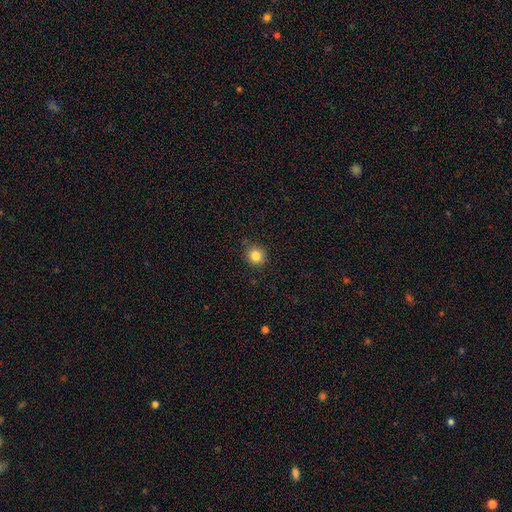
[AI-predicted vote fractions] Overall: smooth (84%). How rounded: round (91%). Merging: none (89%).